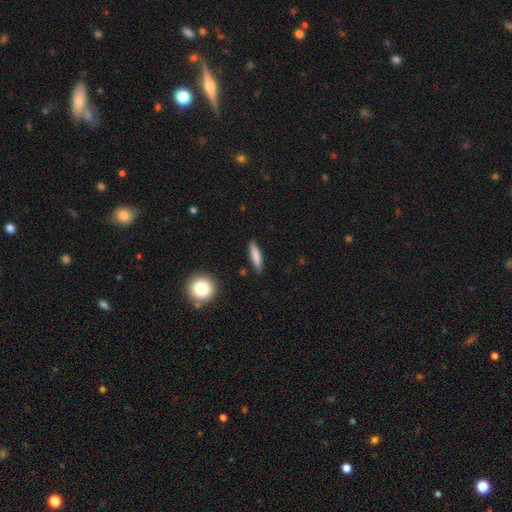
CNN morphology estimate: This appears to be a smooth galaxy with no disk features (79%) that is cigar-shaped (82%). Merging: none (87%).